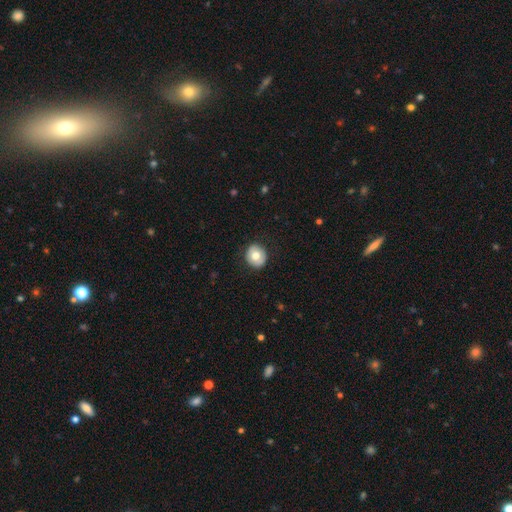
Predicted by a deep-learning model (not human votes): The model was most divided on "smooth or featured": smooth: 70%, featured or disk: 22%, star or artifact: 8%. More confident: merging — none (87%); how rounded — round (80%).